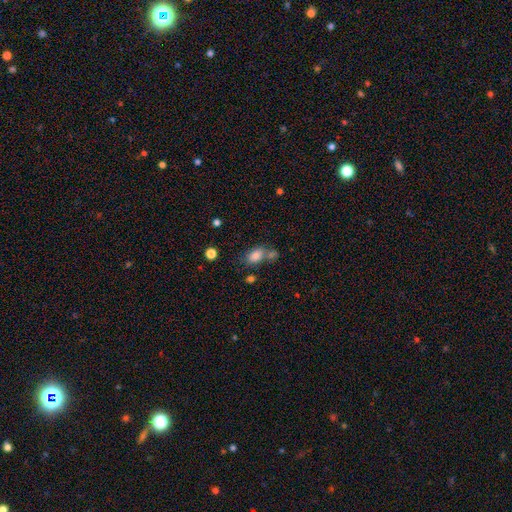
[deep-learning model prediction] Smooth or featured? Predicted: smooth (p=0.81). How rounded? Predicted: in between (p=0.83). Merging? Predicted: none (p=0.49).